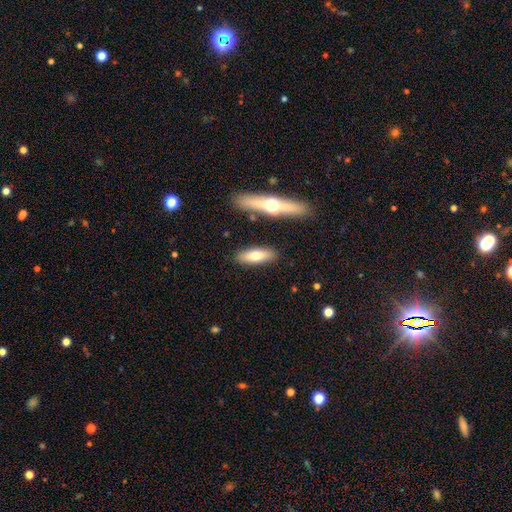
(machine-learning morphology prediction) Smooth or featured? Predicted: smooth (p=0.63). How rounded? Predicted: cigar-shaped (p=0.50). Merging? Predicted: none (p=0.84).